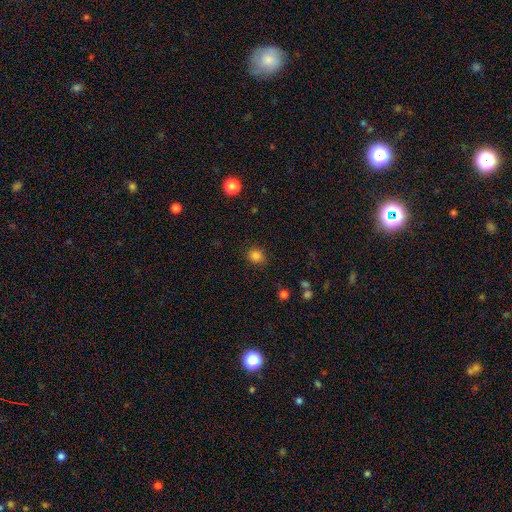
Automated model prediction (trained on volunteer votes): smooth-or-featured: smooth: 84% | star or artifact: 13% | featured or disk: 3%
  how-rounded: round: 80% | in between: 19% | cigar-shaped: 1%
  merging: none: 88% | minor disturbance: 8% | major disturbance: 3% | merger: 1%